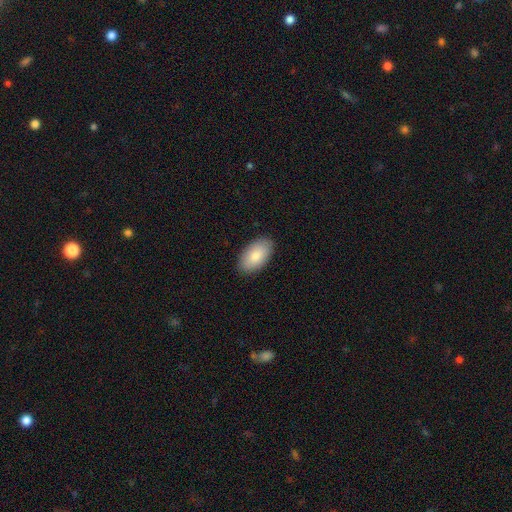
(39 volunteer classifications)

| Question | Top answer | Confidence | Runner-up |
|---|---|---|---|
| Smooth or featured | smooth | 79% | featured or disk (15%) |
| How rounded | in between | 97% | round (3%) |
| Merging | none | 92% | minor disturbance (5%) |